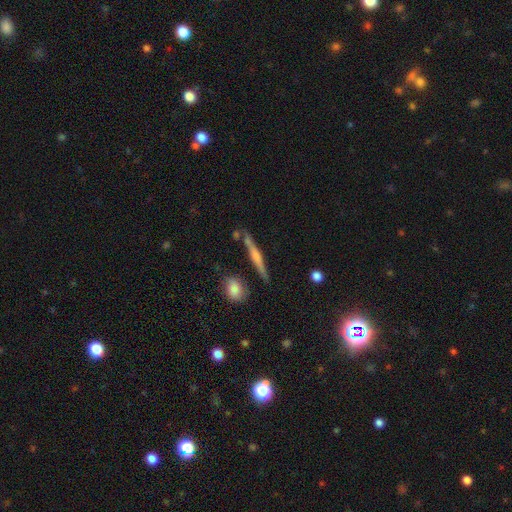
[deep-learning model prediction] featured or disk 66%, smooth 22%, star or artifact 12%. Down the decision tree: edge-on disk — yes (96%); edge-on bulge — rounded (71%); merging — none (82%).